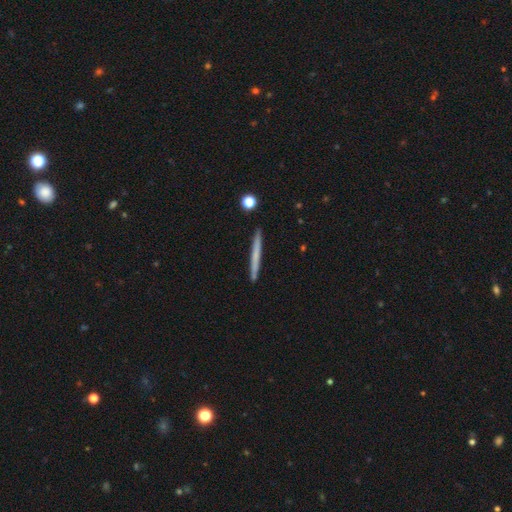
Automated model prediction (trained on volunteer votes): A smooth galaxy with no disk features (57%) that is cigar-shaped (97%). Merging: none (90%).